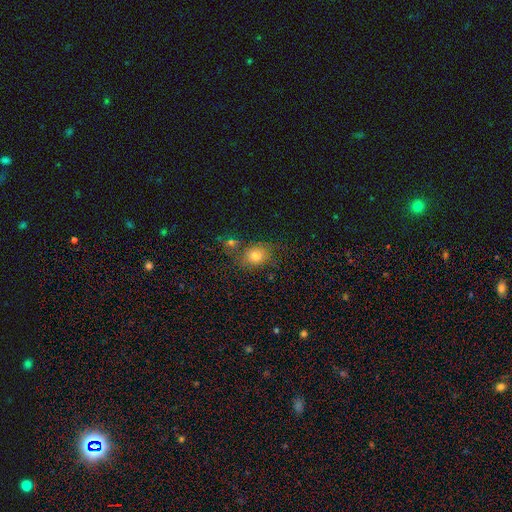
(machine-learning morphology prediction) A smooth galaxy with no disk features (76%) that is round (56%).

Vote fractions:
- Smooth or featured? smooth: 76% / star or artifact: 13% / featured or disk: 11%
- How rounded? round: 56% / in between: 43% / cigar-shaped: 1%
- Merging? none: 67% / minor disturbance: 16% / merger: 12% / major disturbance: 6%